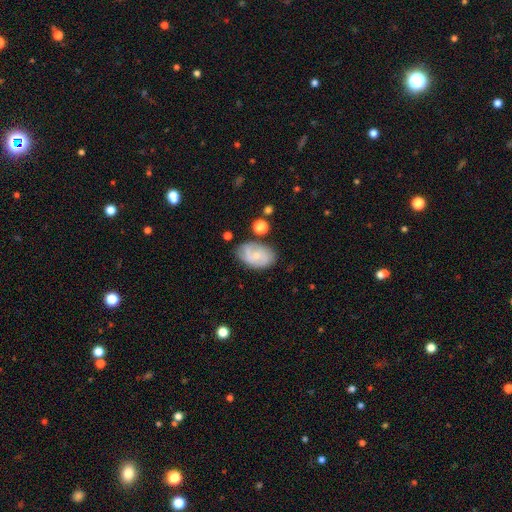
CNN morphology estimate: Q: Smooth or featured?
A: featured or disk (46%); tied with: smooth (46%)
Q: Merging?
A: none (68%); runner-up: minor disturbance (22%)